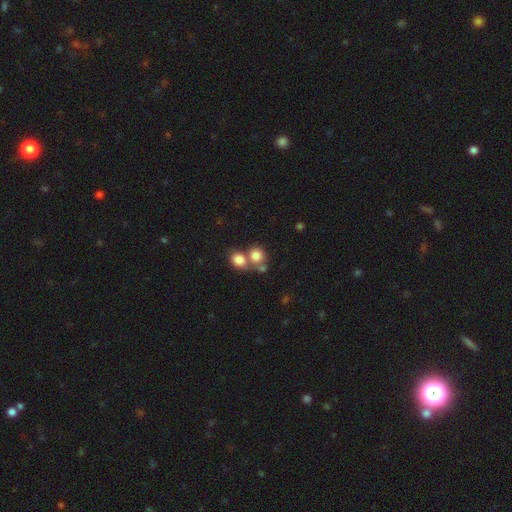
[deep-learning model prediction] The model was most divided on "merging": merger: 46%, none: 43%, minor disturbance: 7%, major disturbance: 3%. More confident: smooth or featured — smooth (80%); how rounded — round (80%).